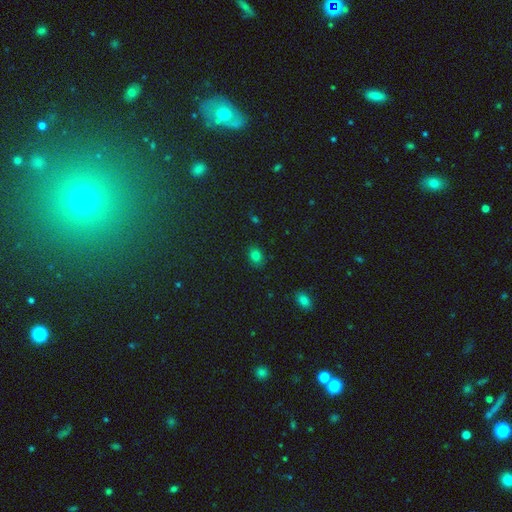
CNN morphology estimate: Smooth or featured: smooth — 79% (star or artifact — 15%)
How rounded: in between — 61% (round — 38%)
Merging: none — 84% (minor disturbance — 12%)